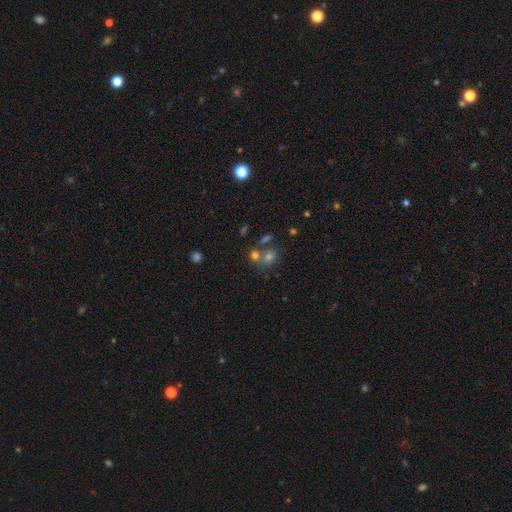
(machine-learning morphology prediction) This is likely a smooth galaxy (66%). How rounded: likely round (64%). Merging: possibly none (46%).